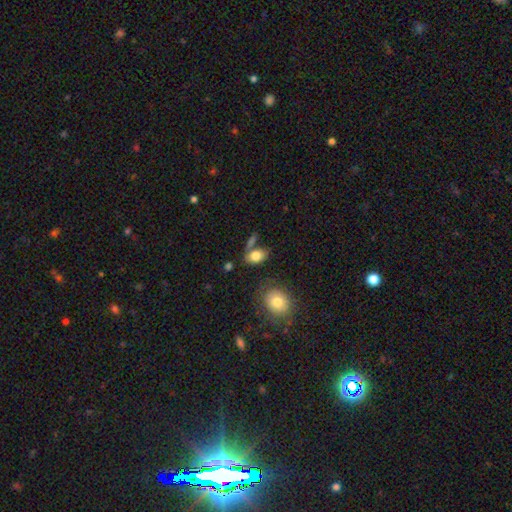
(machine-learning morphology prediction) Smooth or featured: smooth — 82% (featured or disk — 10%)
How rounded: in between — 86% (round — 12%)
Merging: none — 63% (merger — 17%)